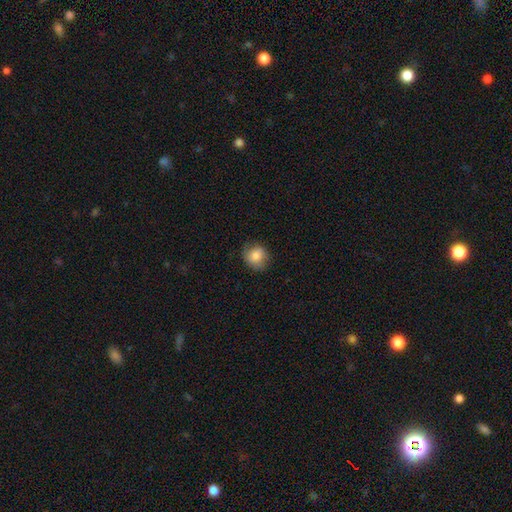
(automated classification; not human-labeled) This appears to be a smooth galaxy with no disk features (84%) that is round (79%). Merging: none (79%).